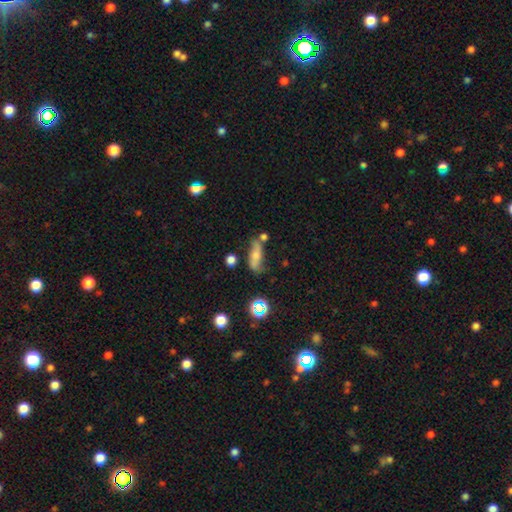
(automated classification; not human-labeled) smooth-or-featured: smooth: 55% | featured or disk: 32% | star or artifact: 13%
  how-rounded: in between: 56% | cigar-shaped: 38% | round: 6%
  merging: none: 48% | minor disturbance: 26% | merger: 16% | major disturbance: 10%